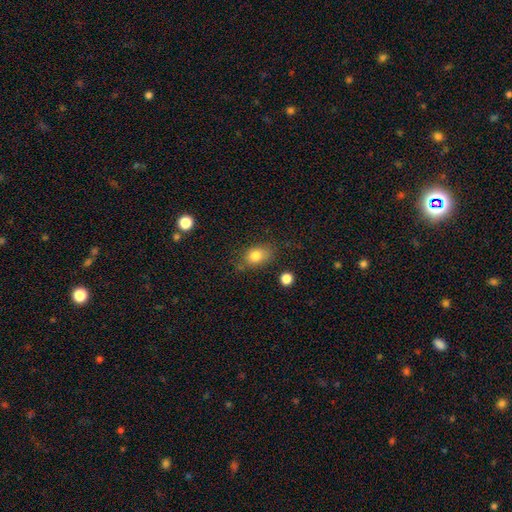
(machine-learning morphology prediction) Smooth or featured? smooth (81%)
How rounded? in between (73%)
Merging? none (69%)